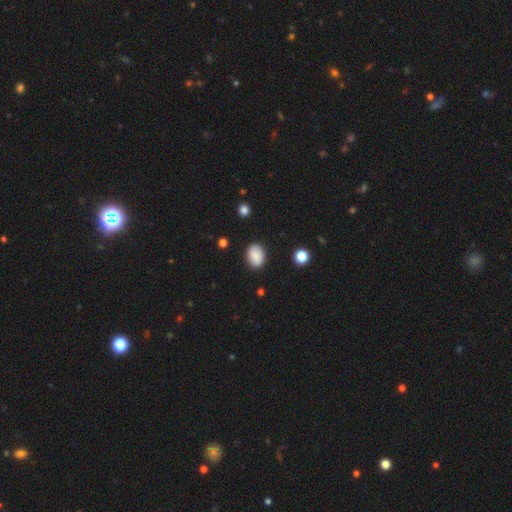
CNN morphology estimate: Smooth or featured? smooth (87%)
How rounded? in between (79%)
Merging? none (85%)